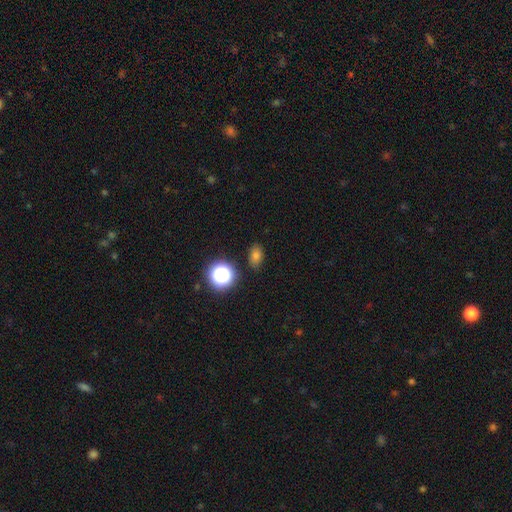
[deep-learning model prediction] smooth 73%, star or artifact 19%, featured or disk 7%. Down the decision tree: how rounded — in between (75%); merging — none (85%).